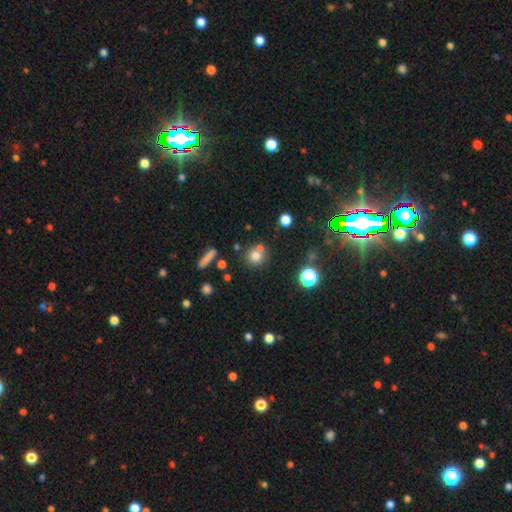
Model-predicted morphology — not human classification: Smooth or featured? smooth (74%)
How rounded? round (89%)
Merging? none (59%)